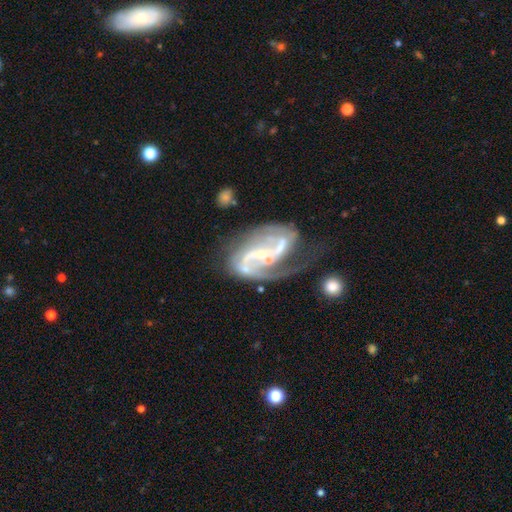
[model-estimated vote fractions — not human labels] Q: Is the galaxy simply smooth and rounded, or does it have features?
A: featured or disk — 85%.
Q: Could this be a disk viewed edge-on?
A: no — 97%.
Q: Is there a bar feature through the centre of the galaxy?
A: weak — 38%.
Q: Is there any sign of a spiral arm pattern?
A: yes — 91%.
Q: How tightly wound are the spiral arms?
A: medium — 44%.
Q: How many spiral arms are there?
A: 2 — 71%.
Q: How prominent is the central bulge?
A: small — 56%.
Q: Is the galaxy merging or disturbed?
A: none — 43%.